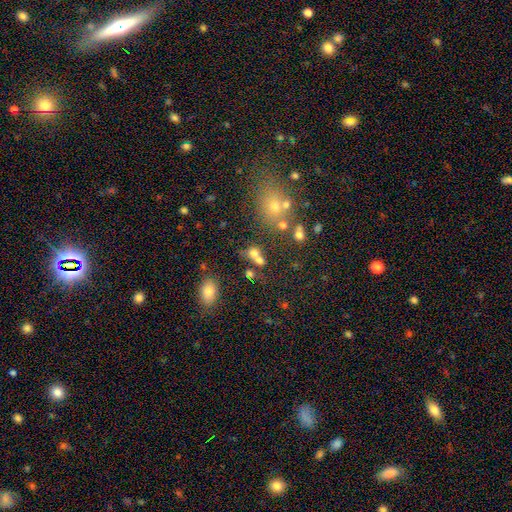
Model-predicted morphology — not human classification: The model was most divided on "merging": merger: 49%, none: 35%, minor disturbance: 10%, major disturbance: 6%. More confident: smooth or featured — smooth (66%); how rounded — round (56%).